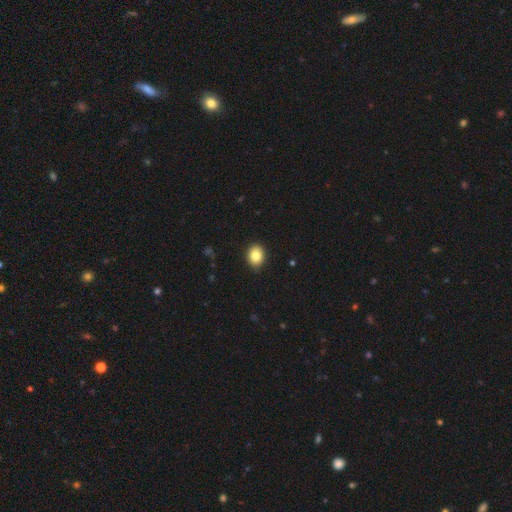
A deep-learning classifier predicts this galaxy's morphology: type=smooth (83%); roundness=in between (51%); merging=none (86%).